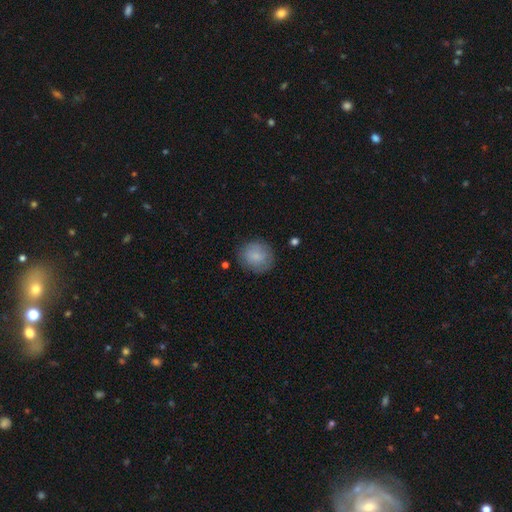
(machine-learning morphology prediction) smooth 82%, featured or disk 10%, star or artifact 7%. Down the decision tree: how rounded — round (82%); merging — none (80%).